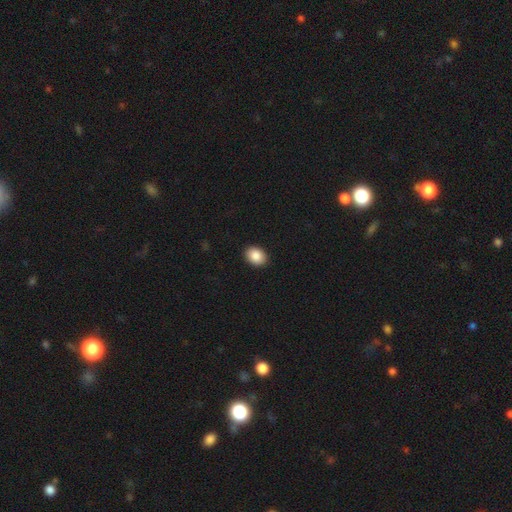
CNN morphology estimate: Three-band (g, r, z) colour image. It shows a smooth galaxy with no disk features (88%) that is in between round and cigar-shaped (62%). Merging: none (92%).